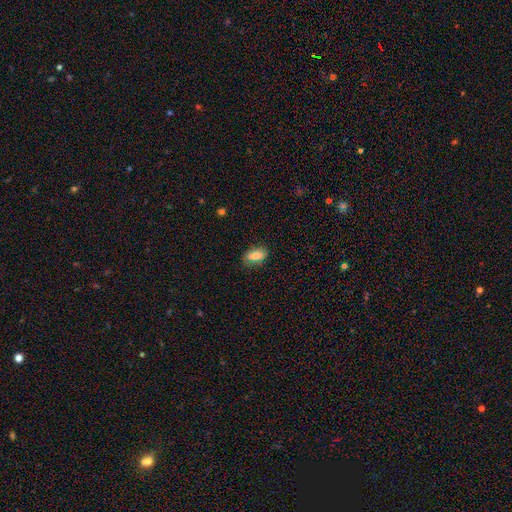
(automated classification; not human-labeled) This is likely a smooth galaxy (73%). How rounded: clearly in between (86%). Merging: clearly none (80%).